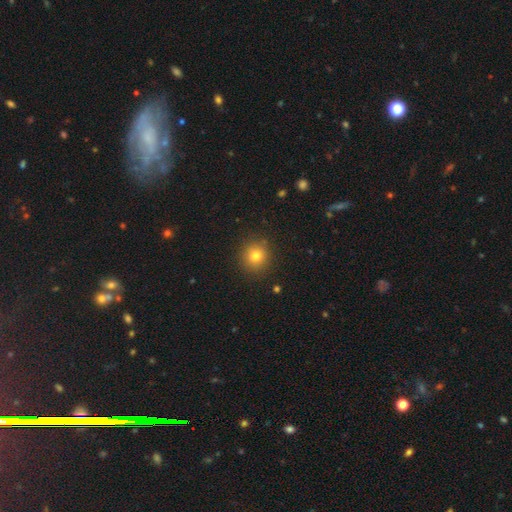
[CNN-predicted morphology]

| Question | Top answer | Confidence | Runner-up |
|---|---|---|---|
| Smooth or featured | smooth | 78% | star or artifact (14%) |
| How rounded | round | 90% | in between (9%) |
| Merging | none | 89% | minor disturbance (7%) |